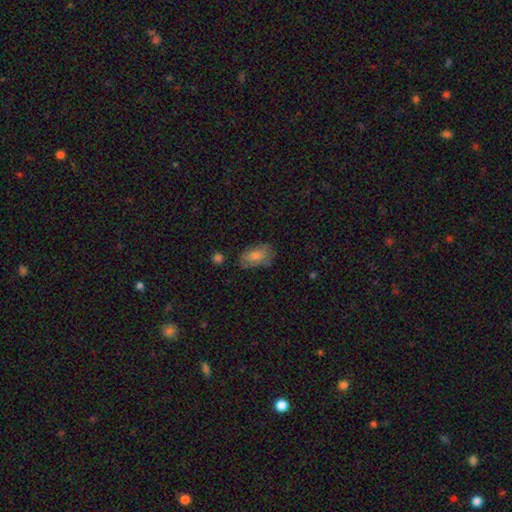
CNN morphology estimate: Smooth or featured?
  - smooth: 71% *
  - featured or disk: 21%
  - star or artifact: 9%
How rounded?
  - in between: 90% *
  - round: 8%
  - cigar-shaped: 3%
Merging?
  - none: 67% *
  - minor disturbance: 24%
  - major disturbance: 6%
  - merger: 3%